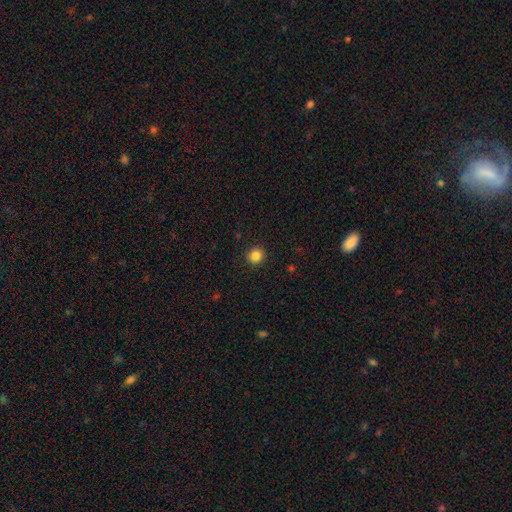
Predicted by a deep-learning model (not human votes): Q: Smooth or featured?
A: smooth (85%); runner-up: star or artifact (11%)
Q: How rounded?
A: round (93%); runner-up: in between (6%)
Q: Merging?
A: none (92%); runner-up: minor disturbance (5%)